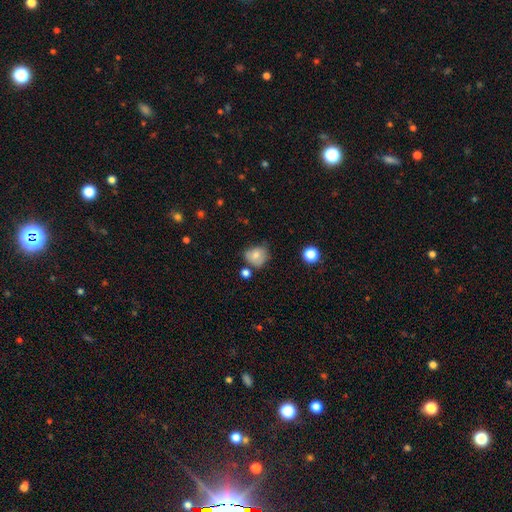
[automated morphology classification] smooth_or_featured: smooth (p=0.75) [alt: featured or disk p=0.14]
how_rounded: round (p=0.66) [alt: in between p=0.33]
merging: none (p=0.49) [alt: minor disturbance p=0.32]